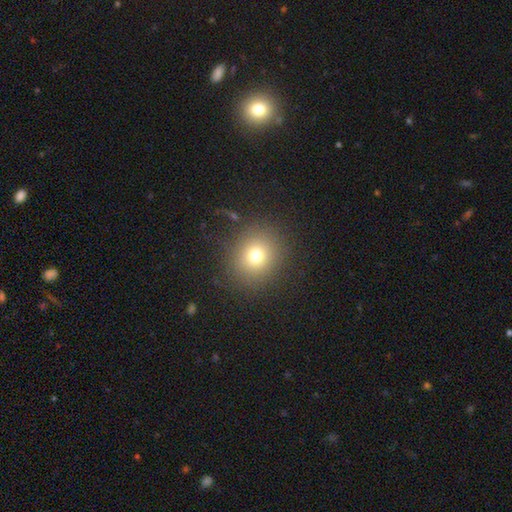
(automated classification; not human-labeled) This appears to be a smooth galaxy with no disk features (73%) that is round (83%). Merging: none (86%).